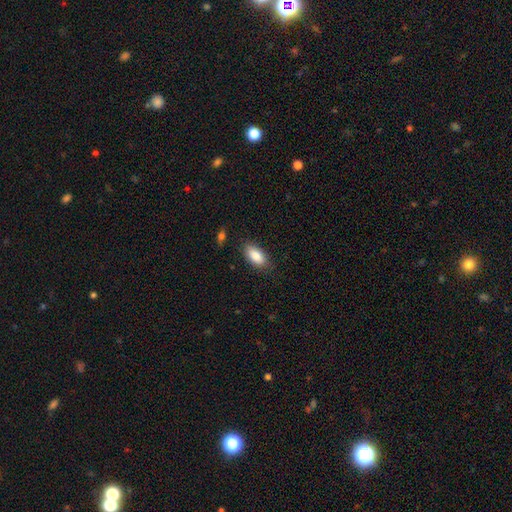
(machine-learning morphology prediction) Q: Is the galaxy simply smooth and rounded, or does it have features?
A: smooth — 86%.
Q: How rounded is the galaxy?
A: in between — 90%.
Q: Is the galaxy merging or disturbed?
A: none — 82%.